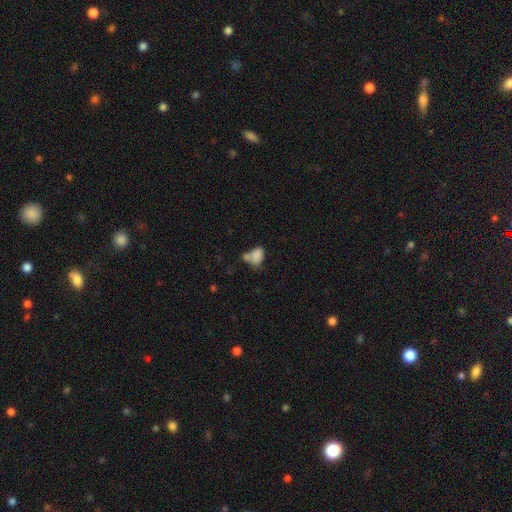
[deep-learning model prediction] Q: Smooth or featured?
A: smooth (81%); runner-up: star or artifact (10%)
Q: How rounded?
A: in between (83%); runner-up: round (15%)
Q: Merging?
A: merger (42%); runner-up: none (33%)